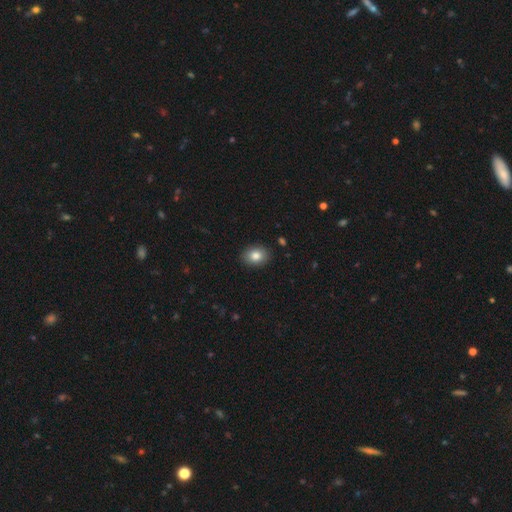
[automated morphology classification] type=smooth (83%); roundness=in between (62%); merging=none (89%).